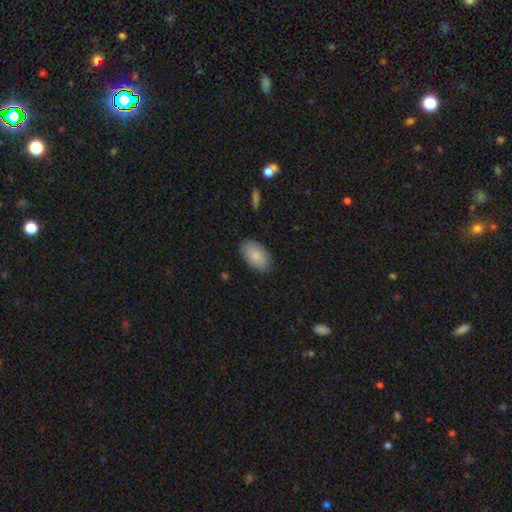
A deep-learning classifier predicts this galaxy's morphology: smooth 85%, featured or disk 9%, star or artifact 6%. Down the decision tree: how rounded — in between (95%); merging — none (85%).